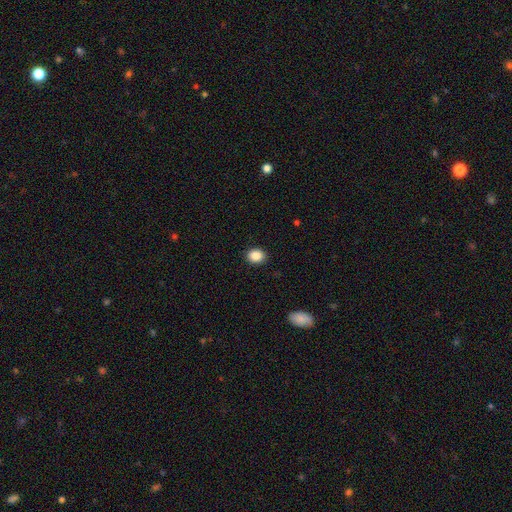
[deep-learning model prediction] smooth 88%, star or artifact 9%, featured or disk 3%. Down the decision tree: how rounded — round (53%); merging — none (91%).